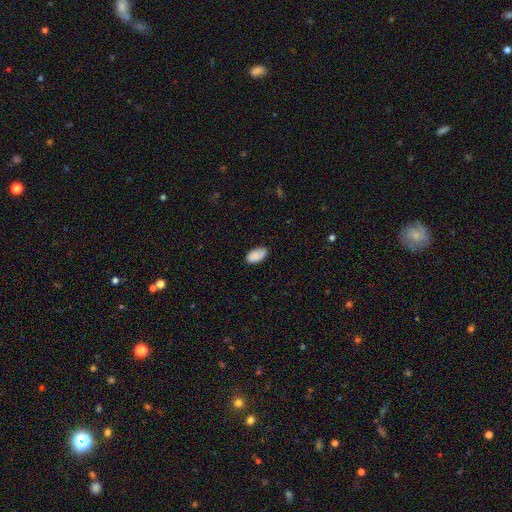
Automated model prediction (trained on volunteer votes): Smooth or featured?
  - smooth: 87% *
  - star or artifact: 7%
  - featured or disk: 6%
How rounded?
  - in between: 95% *
  - round: 4%
  - cigar-shaped: 2%
Merging?
  - none: 79% *
  - minor disturbance: 17%
  - major disturbance: 3%
  - merger: 1%